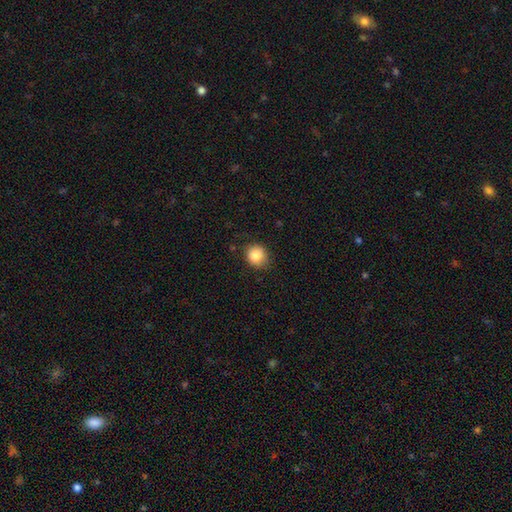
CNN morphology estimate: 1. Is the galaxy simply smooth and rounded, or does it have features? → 85% smooth, 9% star or artifact, 6% featured or disk.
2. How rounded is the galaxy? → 83% round, 16% in between, 1% cigar-shaped.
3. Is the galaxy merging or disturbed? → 80% none, 15% minor disturbance, 3% major disturbance, 1% merger.